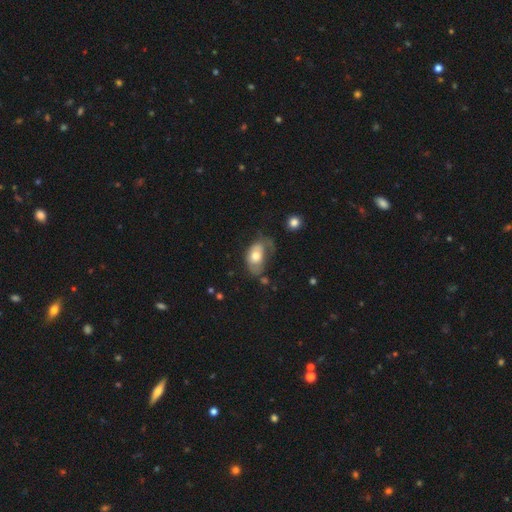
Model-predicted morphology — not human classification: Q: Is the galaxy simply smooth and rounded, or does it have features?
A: smooth — 65%.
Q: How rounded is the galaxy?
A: in between — 88%.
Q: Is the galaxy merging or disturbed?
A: minor disturbance — 32%.